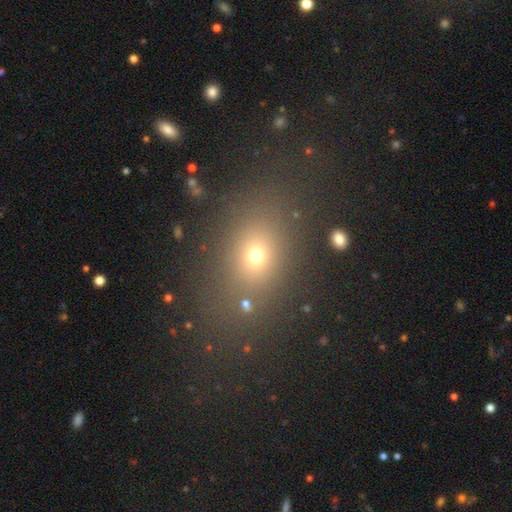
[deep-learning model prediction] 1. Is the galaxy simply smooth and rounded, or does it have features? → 68% smooth, 21% star or artifact, 11% featured or disk.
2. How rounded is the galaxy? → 61% in between, 36% round, 3% cigar-shaped.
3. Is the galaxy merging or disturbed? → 78% none, 11% minor disturbance, 6% major disturbance, 5% merger.